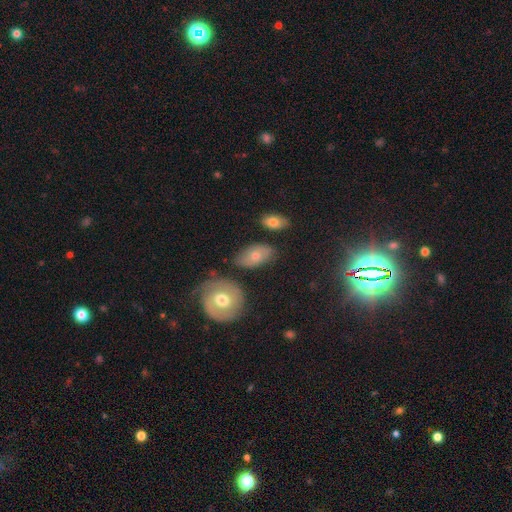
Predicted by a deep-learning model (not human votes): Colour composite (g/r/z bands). It shows a smooth galaxy with no disk features (66%) that is in between round and cigar-shaped (90%). Merging: none (71%).